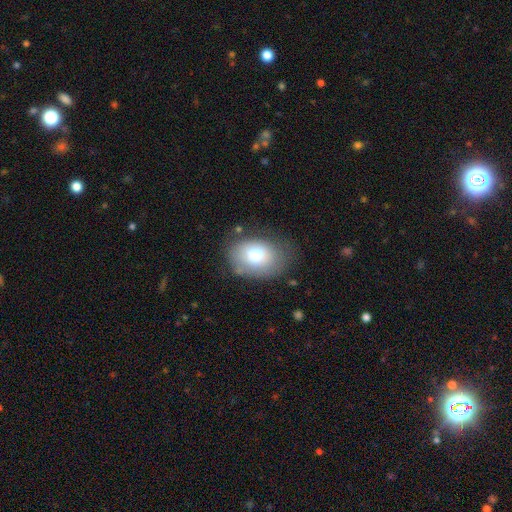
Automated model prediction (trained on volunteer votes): Smooth or featured? smooth (72%)
How rounded? in between (69%)
Merging? none (66%)